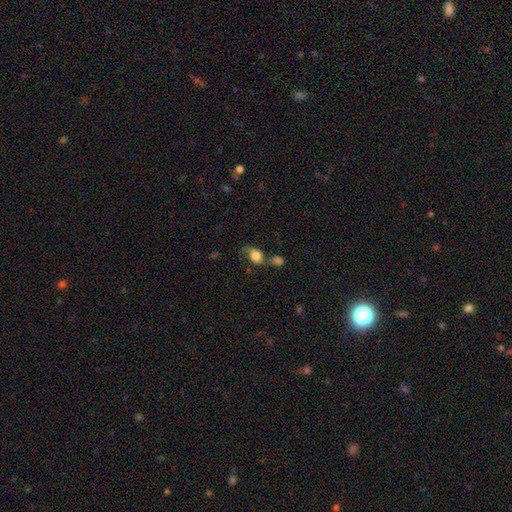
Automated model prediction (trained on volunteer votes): Smooth or featured? smooth (58%)
How rounded? in between (53%)
Merging? merger (50%)